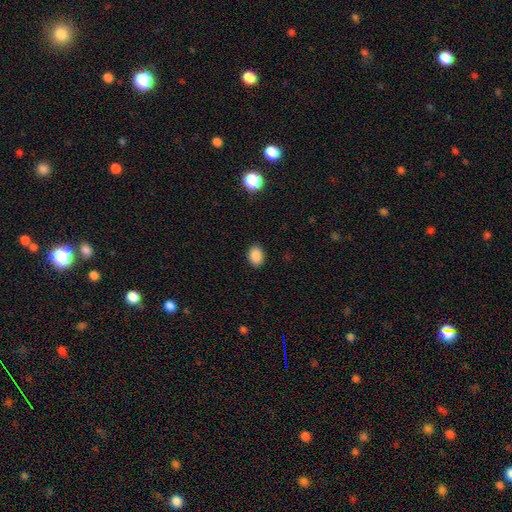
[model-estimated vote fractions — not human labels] This is clearly a smooth galaxy (88%). How rounded: likely in between (68%). Merging: clearly none (89%).